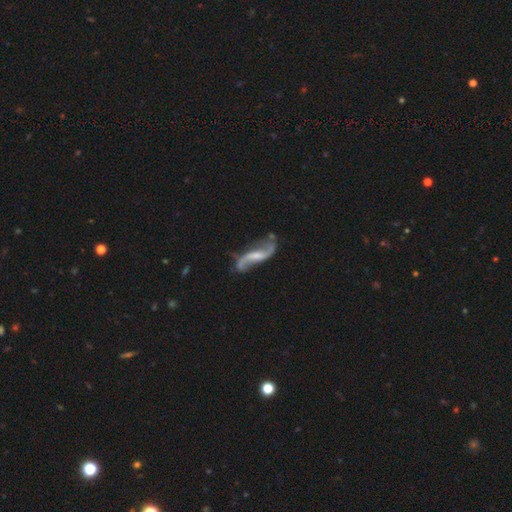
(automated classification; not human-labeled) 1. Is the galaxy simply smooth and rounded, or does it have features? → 86% featured or disk, 9% smooth, 5% star or artifact.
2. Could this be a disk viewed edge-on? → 92% no, 8% yes.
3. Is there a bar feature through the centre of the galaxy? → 45% weak, 33% no, 22% strong.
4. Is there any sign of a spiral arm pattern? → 95% yes, 5% no.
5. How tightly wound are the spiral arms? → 87% loose, 10% medium, 3% tight.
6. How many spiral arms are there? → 92% 2, 2% 1, 2% can't tell, 1% 3, 1% 4, 1% more than 4.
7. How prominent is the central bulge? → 45% small, 31% moderate, 19% none, 3% large, 1% dominant.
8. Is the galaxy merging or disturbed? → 62% none, 20% minor disturbance, 11% major disturbance, 7% merger.